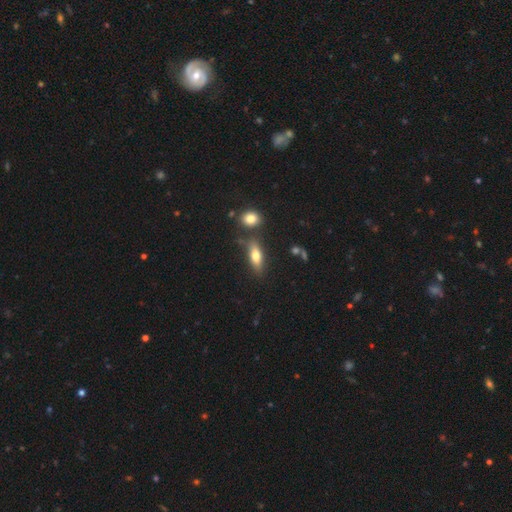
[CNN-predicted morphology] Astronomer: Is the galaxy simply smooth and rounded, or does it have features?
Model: smooth — 66%.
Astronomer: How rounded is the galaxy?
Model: in between — 60% (runner-up: cigar-shaped, 36%).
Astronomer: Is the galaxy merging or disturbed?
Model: none — 71%.